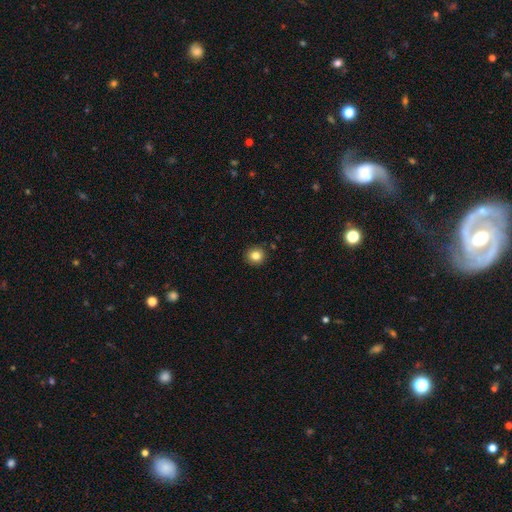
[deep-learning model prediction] Smooth or featured?
  - smooth: 83% *
  - star or artifact: 11%
  - featured or disk: 6%
How rounded?
  - round: 90% *
  - in between: 9%
  - cigar-shaped: 1%
Merging?
  - none: 91% *
  - minor disturbance: 6%
  - major disturbance: 2%
  - merger: 1%